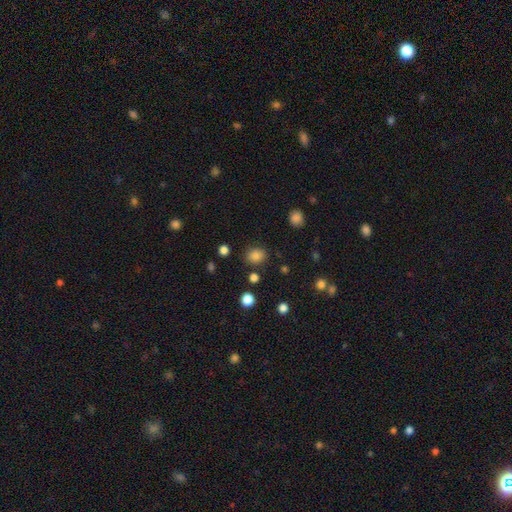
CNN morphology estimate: type=smooth (82%); roundness=round (63%); merging=none (83%).